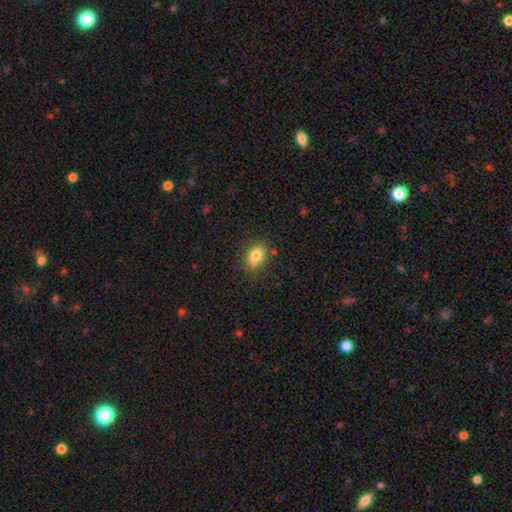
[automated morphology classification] type=smooth (82%); roundness=in between (77%); merging=none (78%).